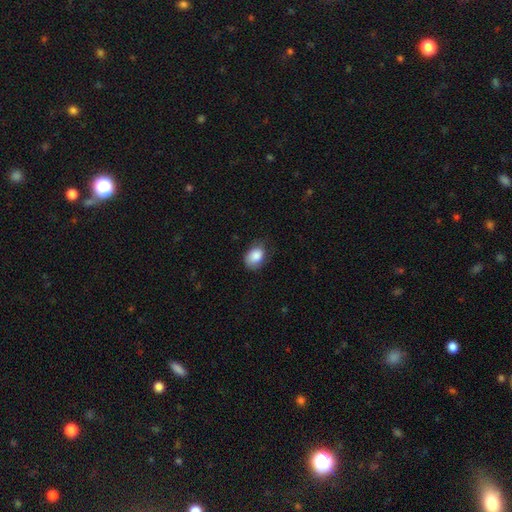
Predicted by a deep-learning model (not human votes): Q: Smooth or featured?
A: smooth (86%); runner-up: star or artifact (7%)
Q: How rounded?
A: in between (75%); runner-up: round (24%)
Q: Merging?
A: none (63%); runner-up: minor disturbance (28%)